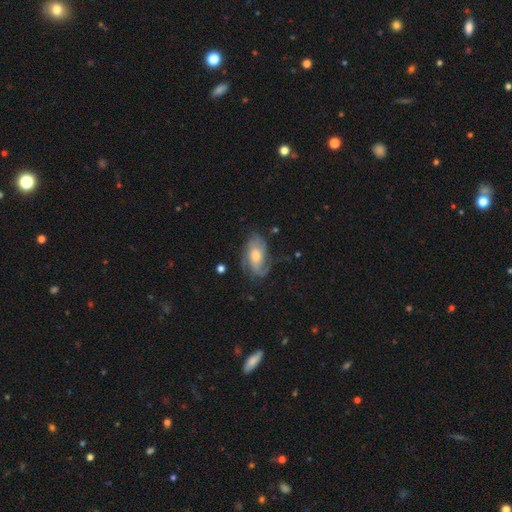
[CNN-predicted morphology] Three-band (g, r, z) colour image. It shows a featured or disk galaxy (76%) with no bar (65%), 2 (39%) medium (41%) spiral arms (92%) and a moderate central bulge (64%). Merging: none (64%).